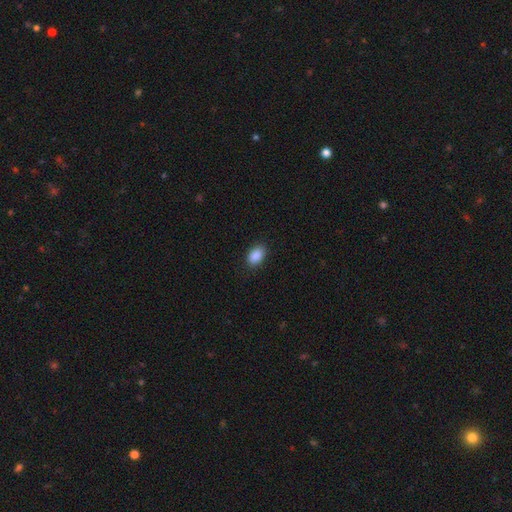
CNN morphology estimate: Smooth or featured: smooth — 90% (star or artifact — 8%)
How rounded: in between — 87% (round — 12%)
Merging: none — 87% (minor disturbance — 10%)